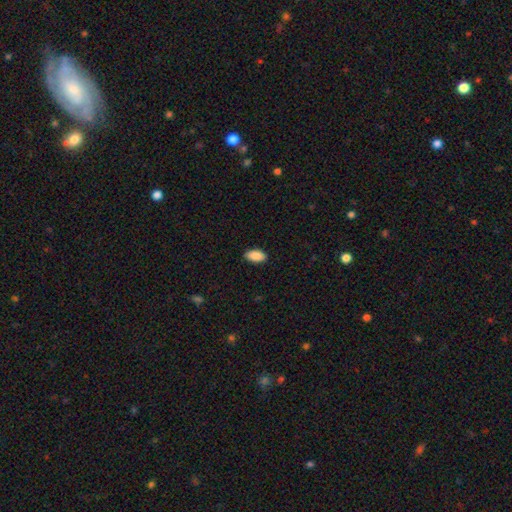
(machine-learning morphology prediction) Smooth or featured? Predicted: smooth (p=0.90). How rounded? Predicted: in between (p=0.94). Merging? Predicted: none (p=0.88).